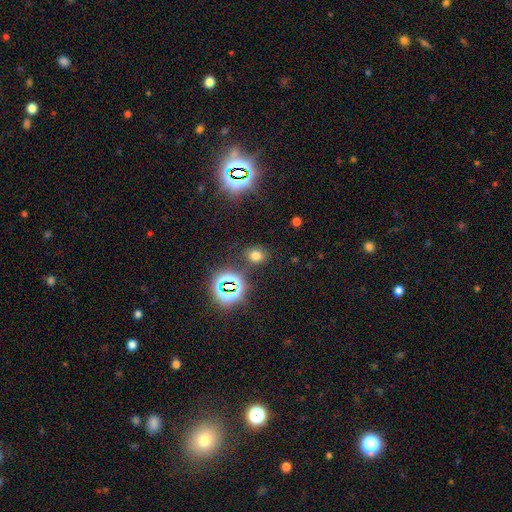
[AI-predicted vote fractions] Smooth or featured? smooth (63%)
How rounded? round (56%)
Merging? none (81%)